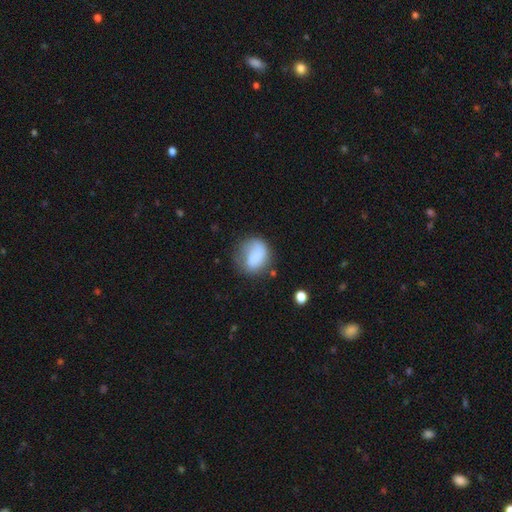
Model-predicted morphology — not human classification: Q: Smooth or featured?
A: smooth (74%); runner-up: featured or disk (19%)
Q: How rounded?
A: in between (52%); runner-up: round (47%)
Q: Merging?
A: none (45%); runner-up: minor disturbance (29%)